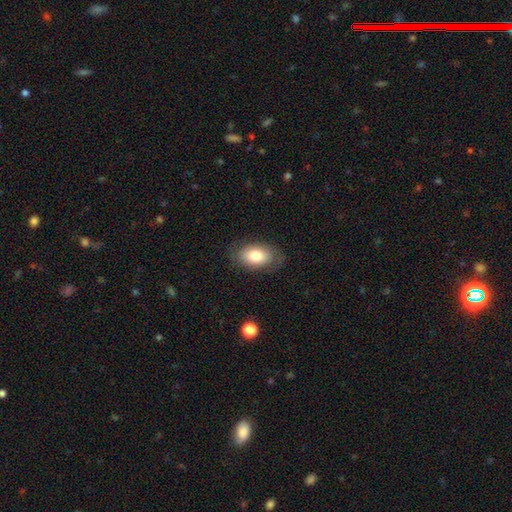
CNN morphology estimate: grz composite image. It shows a smooth galaxy with no disk features (74%) that is in between round and cigar-shaped (90%). Merging: none (79%).